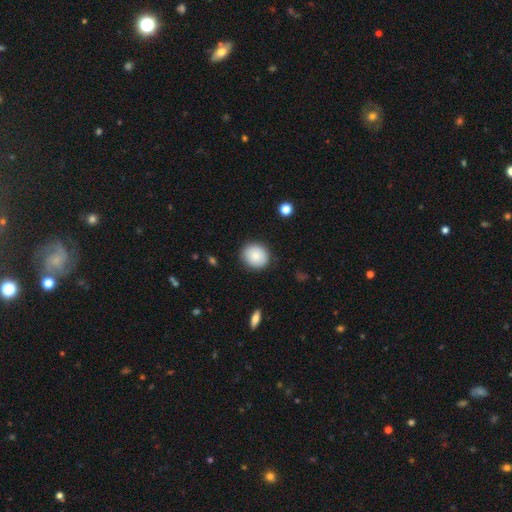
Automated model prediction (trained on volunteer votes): Smooth or featured? smooth (86%)
How rounded? round (81%)
Merging? none (88%)